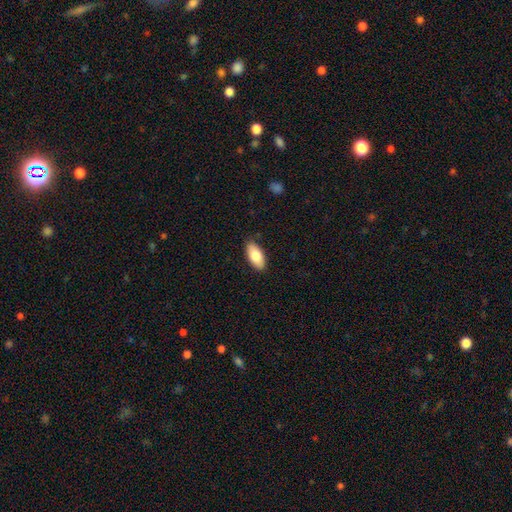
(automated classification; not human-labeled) smooth_or_featured: smooth (p=0.81) [alt: featured or disk p=0.13]
how_rounded: in between (p=0.91) [alt: cigar-shaped p=0.07]
merging: none (p=0.87) [alt: minor disturbance p=0.10]